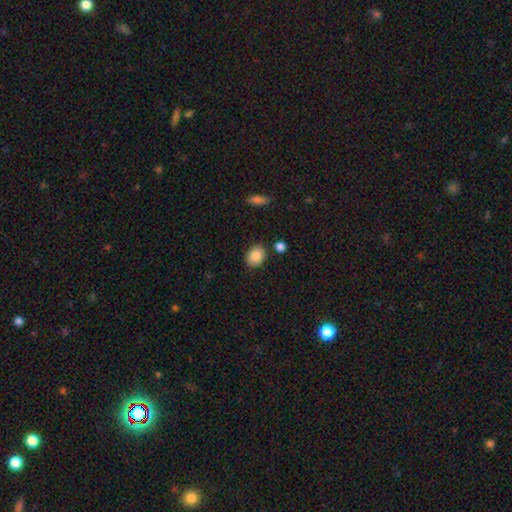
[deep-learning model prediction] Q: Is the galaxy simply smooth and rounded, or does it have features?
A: smooth — 87%.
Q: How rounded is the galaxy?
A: in between — 62%.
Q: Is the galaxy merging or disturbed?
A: none — 84%.